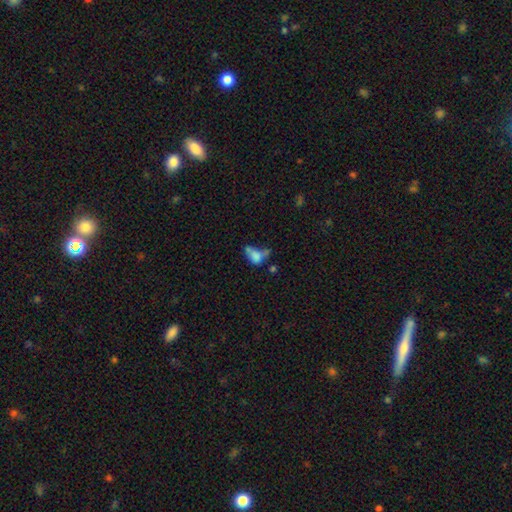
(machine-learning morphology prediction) smooth_or_featured: smooth (p=0.67) [alt: featured or disk p=0.20]
how_rounded: in between (p=0.79) [alt: round p=0.18]
merging: merger (p=0.39) [alt: none p=0.22]